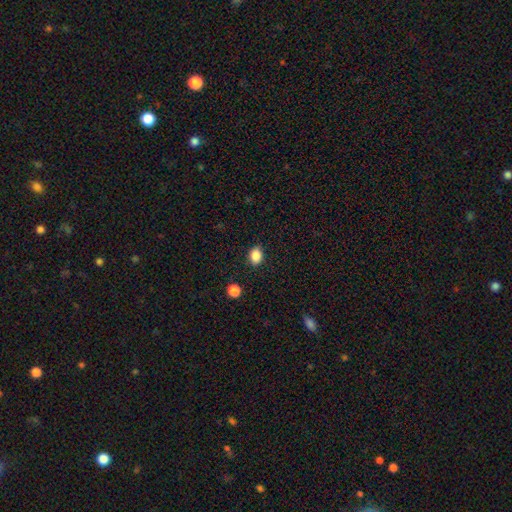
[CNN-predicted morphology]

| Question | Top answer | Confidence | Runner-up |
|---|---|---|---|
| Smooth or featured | smooth | 87% | star or artifact (9%) |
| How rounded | in between | 69% | round (30%) |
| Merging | none | 86% | minor disturbance (10%) |